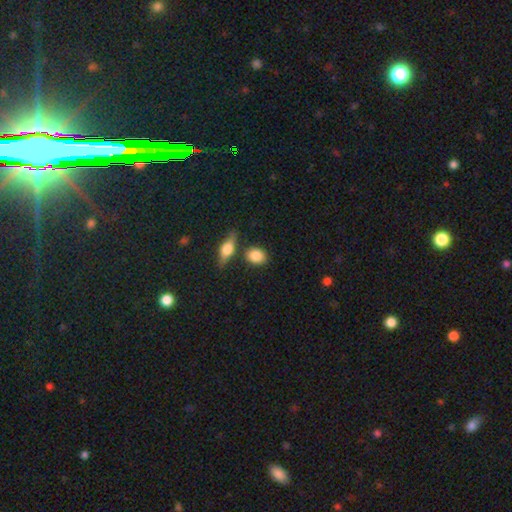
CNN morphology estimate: Q: Smooth or featured?
A: smooth (84%); runner-up: featured or disk (9%)
Q: How rounded?
A: in between (49%); runner-up: round (48%)
Q: Merging?
A: none (73%); runner-up: minor disturbance (13%)